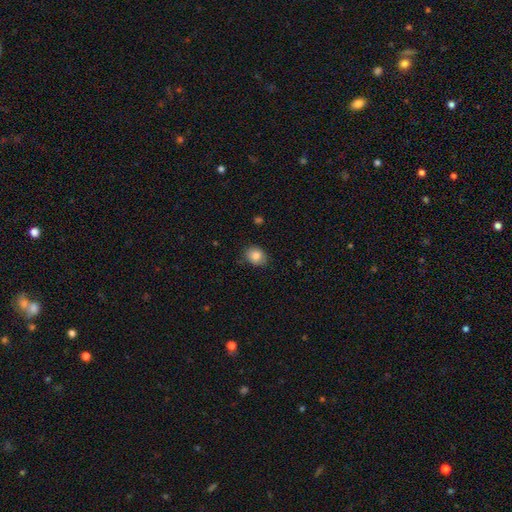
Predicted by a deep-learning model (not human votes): Smooth or featured: smooth — 86% (star or artifact — 8%)
How rounded: in between — 52% (round — 47%)
Merging: none — 82% (minor disturbance — 14%)